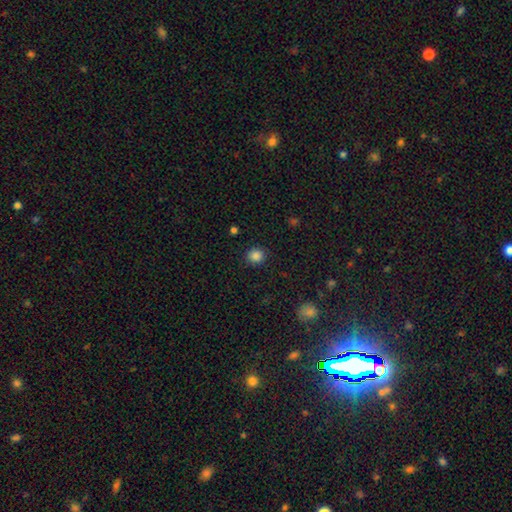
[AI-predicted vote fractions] This appears to be a smooth galaxy with no disk features (85%) that is round (82%). Merging: none (88%).